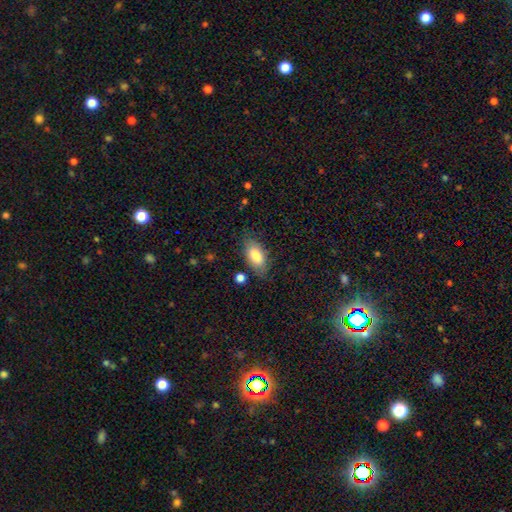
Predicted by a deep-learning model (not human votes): Smooth or featured: smooth — 81% (featured or disk — 12%)
How rounded: in between — 90% (cigar-shaped — 7%)
Merging: none — 76% (minor disturbance — 16%)